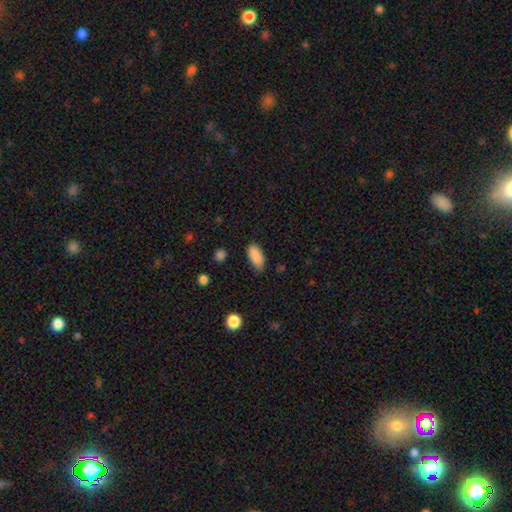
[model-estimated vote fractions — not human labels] A smooth galaxy with no disk features (89%) that is in between round and cigar-shaped (89%). Merging: none (79%).